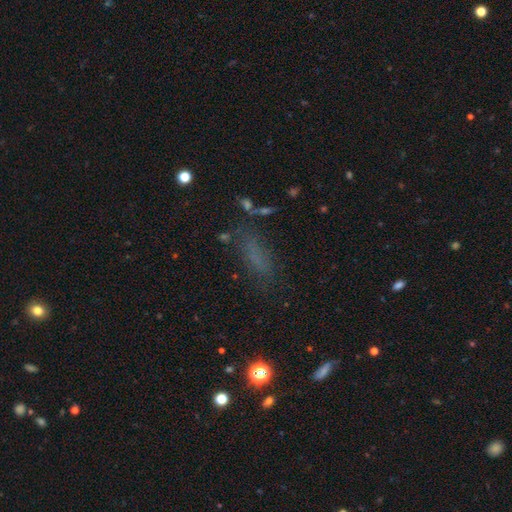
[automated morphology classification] Smooth or featured?
  - smooth: 61% *
  - star or artifact: 23%
  - featured or disk: 16%
How rounded?
  - cigar-shaped: 49% *
  - in between: 47%
  - round: 5%
Merging?
  - none: 66% *
  - minor disturbance: 18%
  - major disturbance: 11%
  - merger: 6%